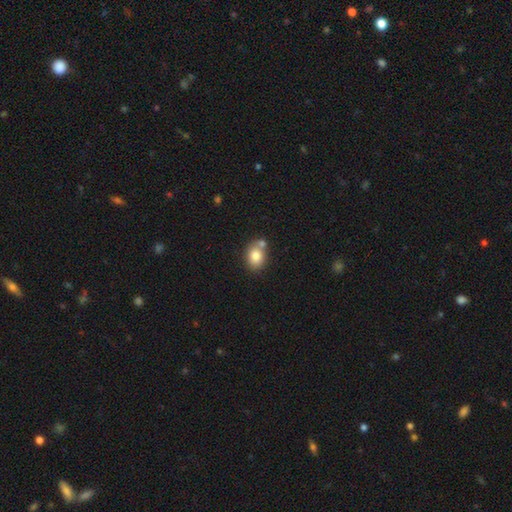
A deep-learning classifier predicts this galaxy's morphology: Q: Smooth or featured?
A: smooth (80%); runner-up: featured or disk (11%)
Q: How rounded?
A: in between (60%); runner-up: round (39%)
Q: Merging?
A: none (57%); runner-up: merger (27%)